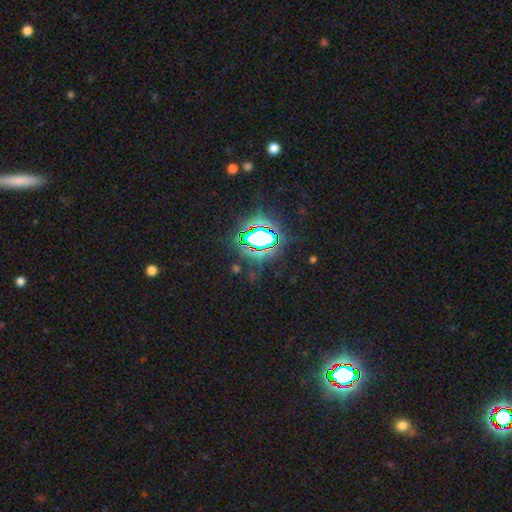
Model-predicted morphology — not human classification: Smooth or featured? star or artifact (83%)